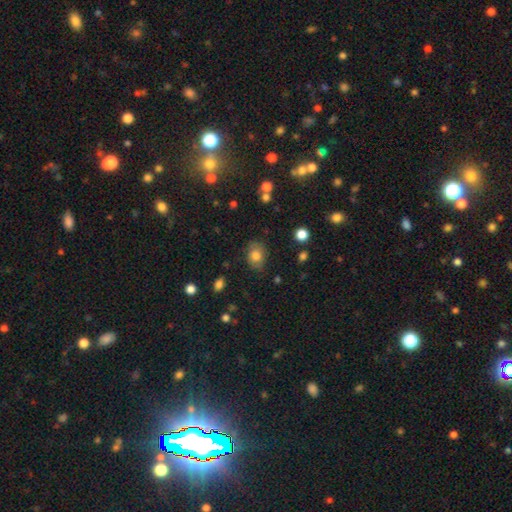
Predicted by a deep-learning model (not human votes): This appears to be a smooth galaxy with no disk features (79%) that is in between round and cigar-shaped (66%). Merging: none (75%).